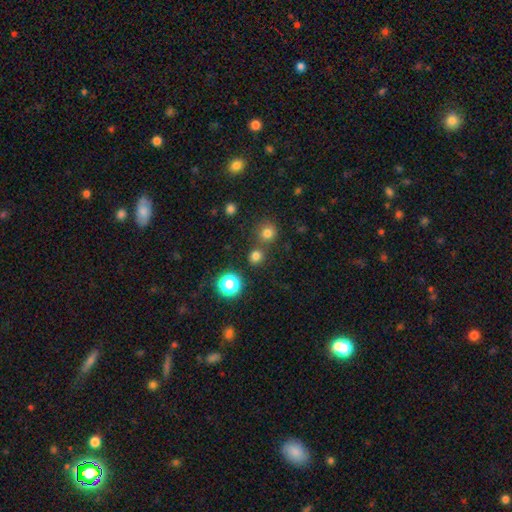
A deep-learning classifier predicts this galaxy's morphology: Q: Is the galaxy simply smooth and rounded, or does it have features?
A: smooth — 72%.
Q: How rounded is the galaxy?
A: round — 89%.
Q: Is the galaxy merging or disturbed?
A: none — 75%.